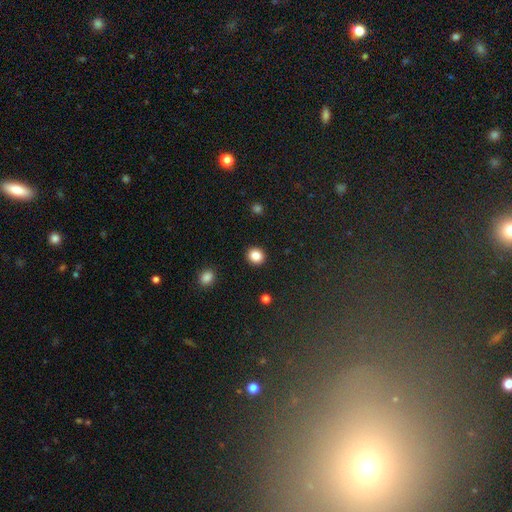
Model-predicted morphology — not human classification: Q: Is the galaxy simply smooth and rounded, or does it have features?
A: smooth — 86%.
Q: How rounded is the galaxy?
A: round — 81%.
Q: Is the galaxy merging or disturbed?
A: none — 91%.